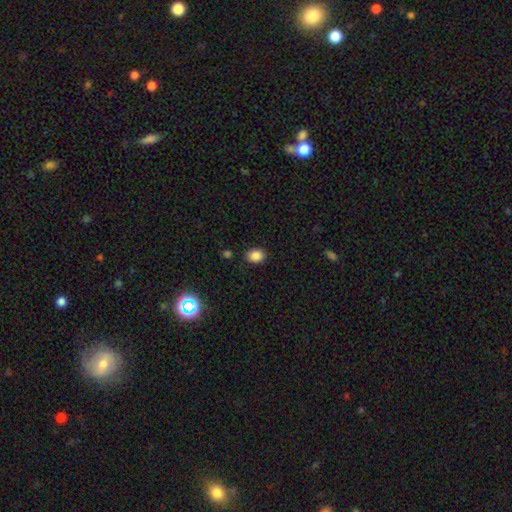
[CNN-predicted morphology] A smooth galaxy with no disk features (85%) that is in between round and cigar-shaped (52%).

Vote fractions:
- Smooth or featured? smooth: 85% / star or artifact: 11% / featured or disk: 4%
- How rounded? in between: 52% / round: 47% / cigar-shaped: 1%
- Merging? none: 85% / minor disturbance: 10% / major disturbance: 3% / merger: 2%